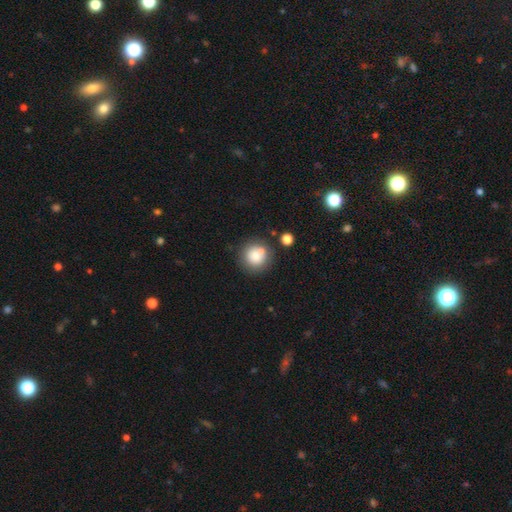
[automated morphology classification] A smooth galaxy with no disk features (74%) that is round (93%).

Vote fractions:
- Smooth or featured? smooth: 74% / featured or disk: 15% / star or artifact: 10%
- How rounded? round: 93% / in between: 6% / cigar-shaped: 1%
- Merging? none: 69% / merger: 16% / minor disturbance: 11% / major disturbance: 4%